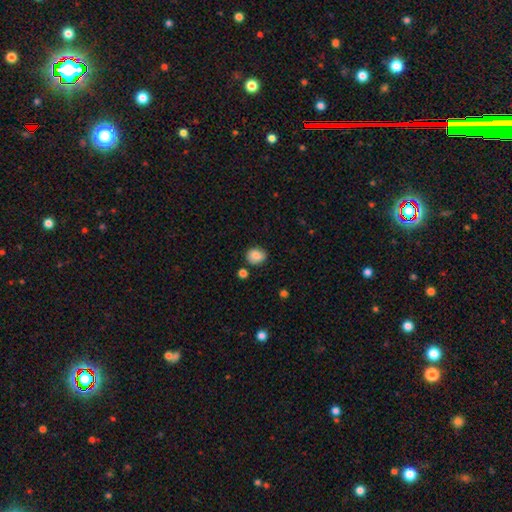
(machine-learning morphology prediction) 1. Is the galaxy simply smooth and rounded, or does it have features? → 84% smooth, 9% star or artifact, 8% featured or disk.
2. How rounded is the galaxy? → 65% round, 34% in between, 1% cigar-shaped.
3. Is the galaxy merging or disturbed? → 79% none, 14% minor disturbance, 4% merger, 3% major disturbance.